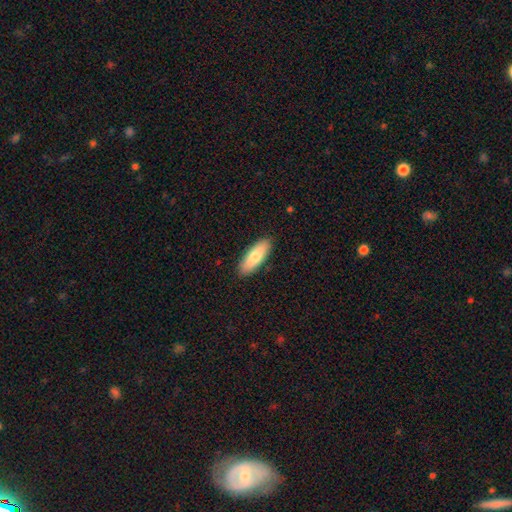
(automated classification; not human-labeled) smooth_or_featured: smooth (p=0.76) [alt: featured or disk p=0.18]
how_rounded: in between (p=0.64) [alt: cigar-shaped p=0.35]
merging: none (p=0.89) [alt: minor disturbance p=0.08]